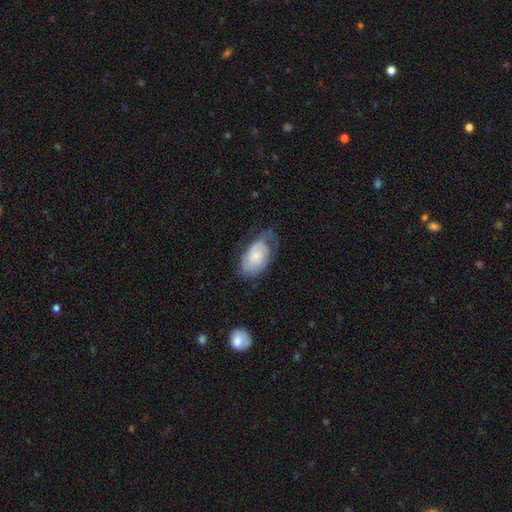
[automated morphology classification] Overall: featured or disk (48%; smooth 45%). Merging: none (41%; minor disturbance 32%).